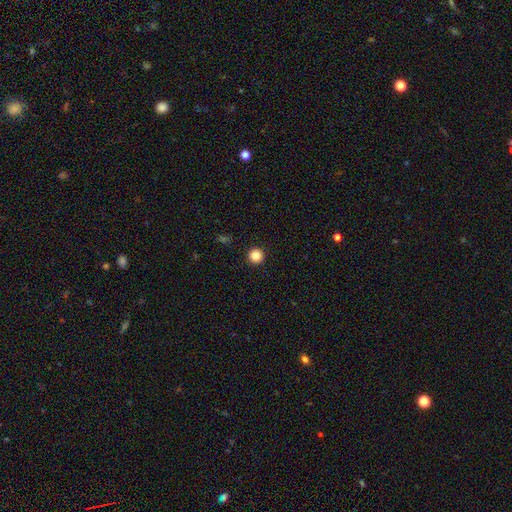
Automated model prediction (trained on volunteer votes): Overall: smooth (85%). How rounded: round (96%). Merging: none (94%).